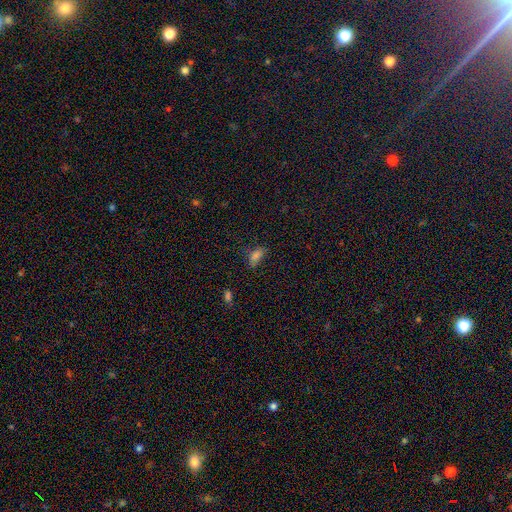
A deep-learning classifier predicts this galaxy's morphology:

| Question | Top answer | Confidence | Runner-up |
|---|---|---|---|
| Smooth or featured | smooth | 75% | star or artifact (17%) |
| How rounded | in between | 86% | cigar-shaped (7%) |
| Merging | none | 63% | minor disturbance (25%) |